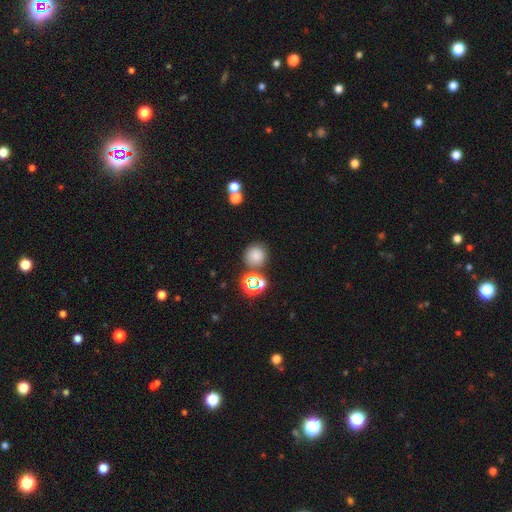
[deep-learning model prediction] smooth_or_featured: smooth (p=0.76) [alt: star or artifact p=0.17]
how_rounded: round (p=0.92) [alt: in between p=0.07]
merging: none (p=0.75) [alt: merger p=0.12]